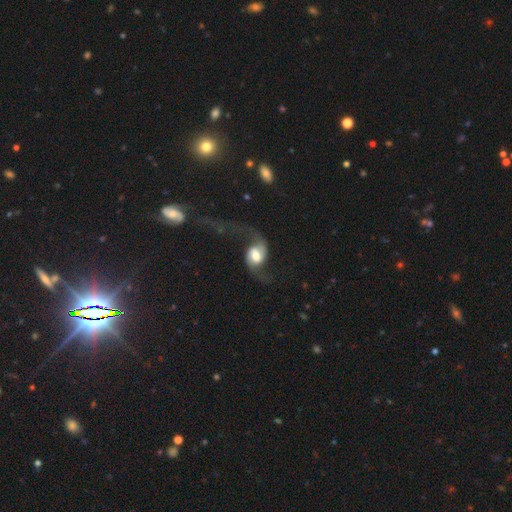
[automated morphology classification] Q: Smooth or featured?
A: featured or disk (76%); runner-up: smooth (18%)
Q: Edge-on disk?
A: no (97%); runner-up: yes (3%)
Q: Bar?
A: weak (42%); runner-up: no (40%)
Q: Spiral arms?
A: yes (93%); runner-up: no (7%)
Q: Spiral winding?
A: loose (86%); runner-up: medium (12%)
Q: Spiral arm count?
A: 2 (90%); runner-up: 1 (6%)
Q: Bulge size?
A: moderate (40%); runner-up: large (38%)
Q: Merging?
A: none (44%); runner-up: major disturbance (36%)